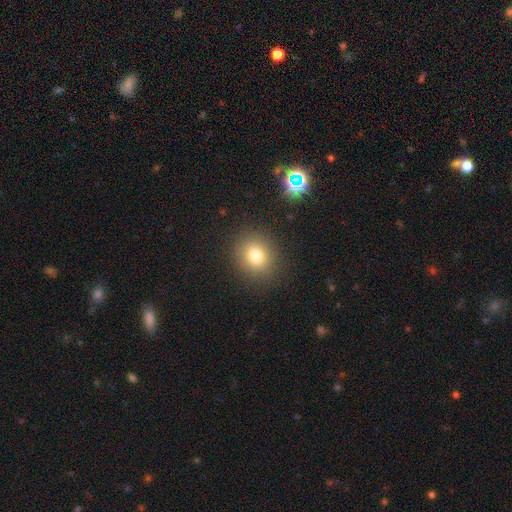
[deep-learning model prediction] Smooth or featured? Predicted: smooth (p=0.78). How rounded? Predicted: round (p=0.77). Merging? Predicted: none (p=0.88).